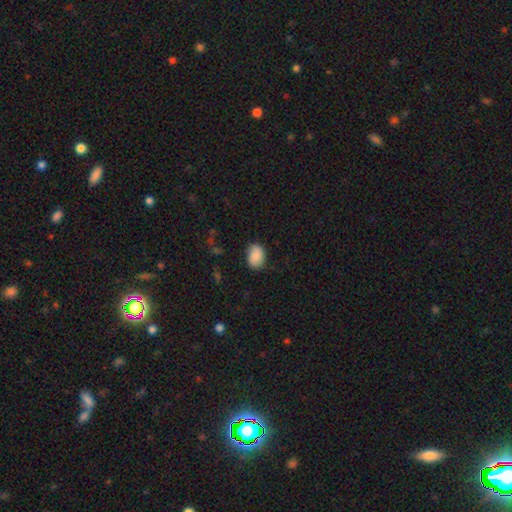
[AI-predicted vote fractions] A smooth galaxy with no disk features (88%) that is in between round and cigar-shaped (74%). Merging: none (82%).